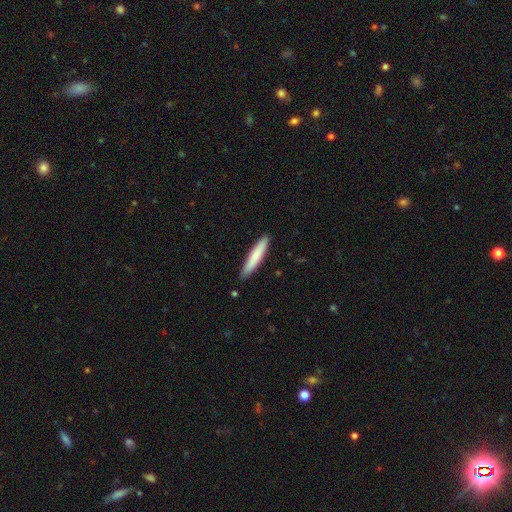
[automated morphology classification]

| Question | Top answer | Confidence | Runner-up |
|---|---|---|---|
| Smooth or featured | smooth | 79% | featured or disk (16%) |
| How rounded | cigar-shaped | 91% | in between (8%) |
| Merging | none | 88% | minor disturbance (9%) |